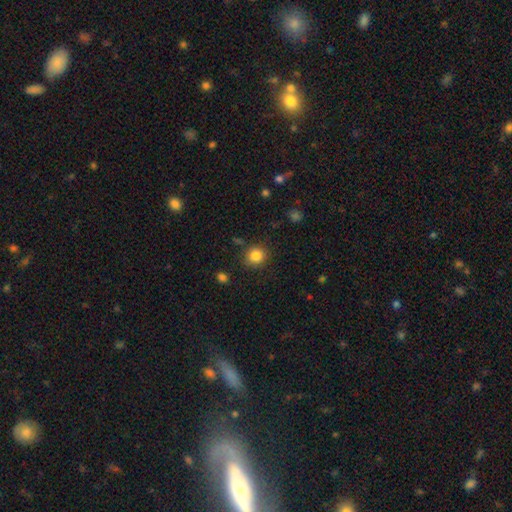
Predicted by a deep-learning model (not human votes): This appears to be a smooth galaxy with no disk features (84%) that is round (86%). Merging: none (85%).